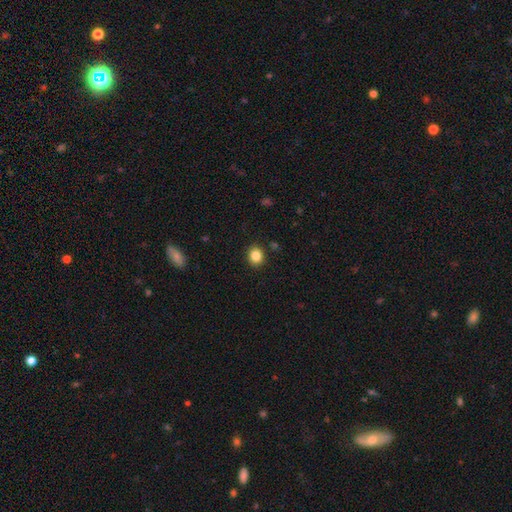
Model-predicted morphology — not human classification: smooth 85%, star or artifact 11%, featured or disk 5%. Down the decision tree: how rounded — round (68%); merging — none (89%).